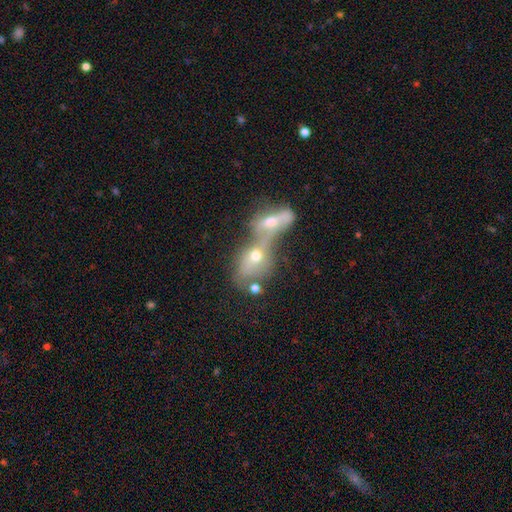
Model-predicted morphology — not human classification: Smooth or featured: featured or disk — 49% (smooth — 35%)
Merging: merger — 77% (none — 13%)